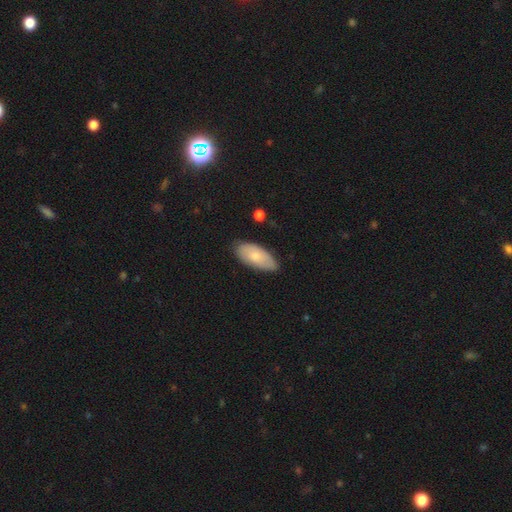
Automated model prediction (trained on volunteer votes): Overall: smooth (73%). How rounded: in between (91%). Merging: none (77%).